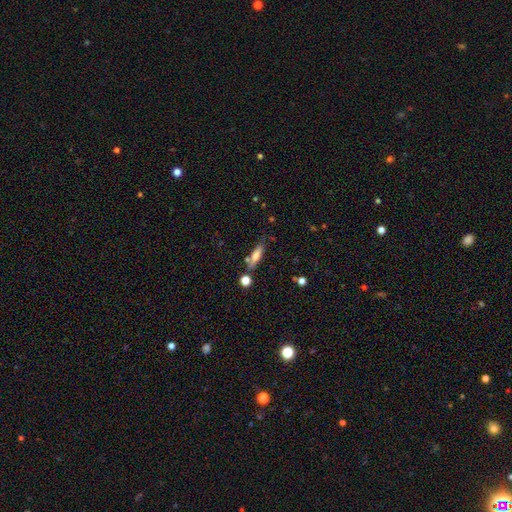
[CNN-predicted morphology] smooth_or_featured: smooth (p=0.66) [alt: featured or disk p=0.26]
how_rounded: cigar-shaped (p=0.61) [alt: in between p=0.37]
merging: none (p=0.68) [alt: minor disturbance p=0.16]